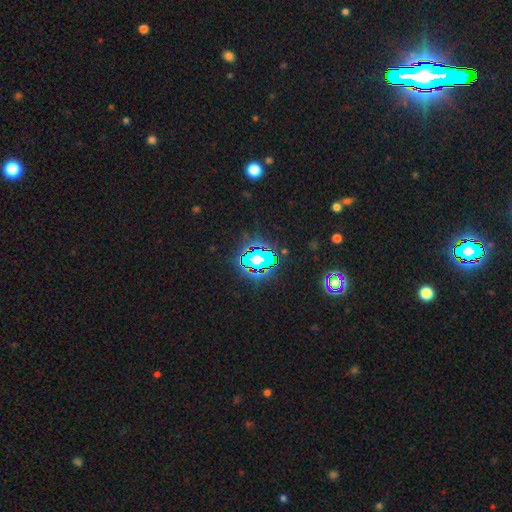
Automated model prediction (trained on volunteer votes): smooth_or_featured: star or artifact (p=0.78) [alt: smooth p=0.13]